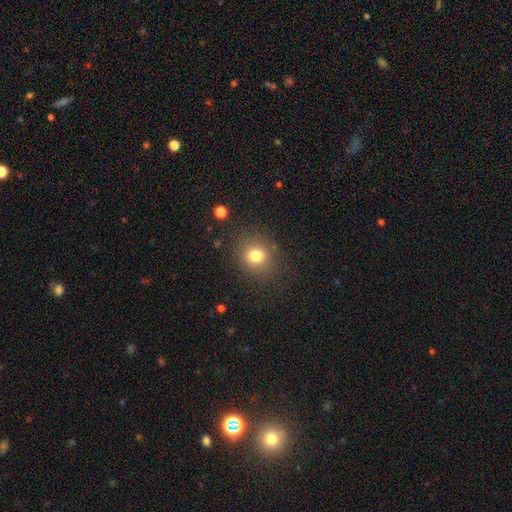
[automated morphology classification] smooth_or_featured: smooth (p=0.78) [alt: star or artifact p=0.13]
how_rounded: round (p=0.71) [alt: in between p=0.28]
merging: none (p=0.82) [alt: minor disturbance p=0.11]